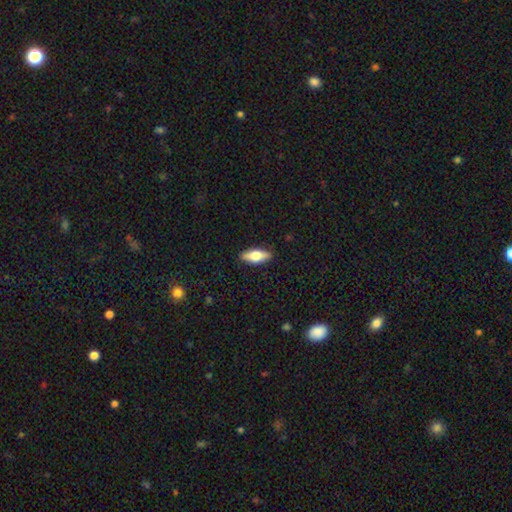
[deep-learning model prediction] A smooth galaxy with no disk features (64%) that is in between round and cigar-shaped (73%). Merging: none (89%).